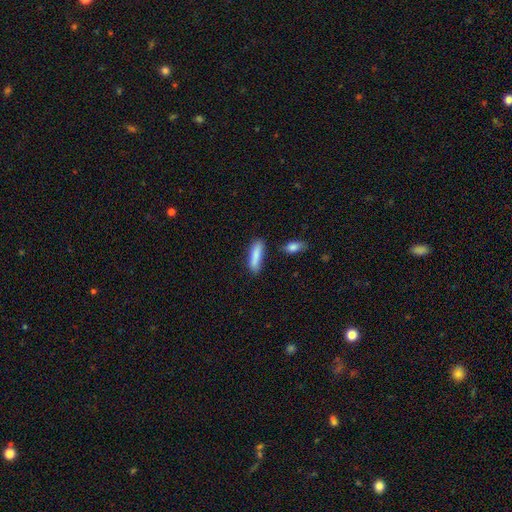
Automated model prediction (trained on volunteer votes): Q: Smooth or featured?
A: smooth (85%); runner-up: featured or disk (9%)
Q: How rounded?
A: cigar-shaped (70%); runner-up: in between (28%)
Q: Merging?
A: none (76%); runner-up: minor disturbance (15%)